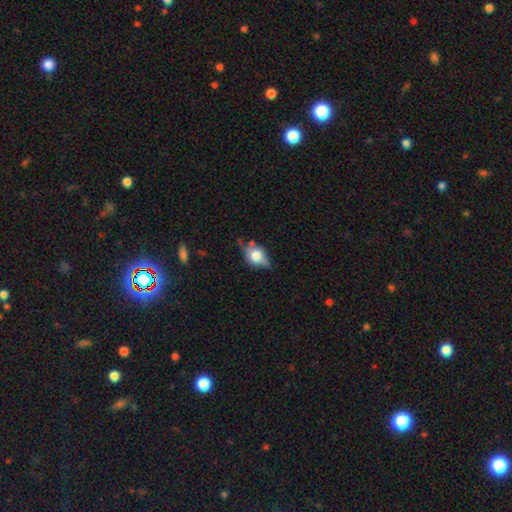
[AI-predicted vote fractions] This appears to be a smooth galaxy with no disk features (52%) that is in between round and cigar-shaped (63%). Merging: none (58%).